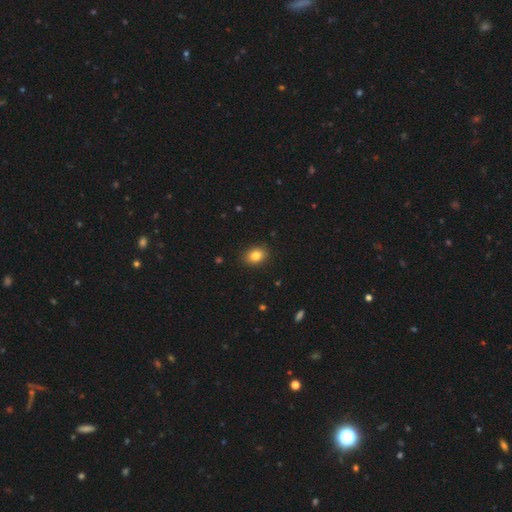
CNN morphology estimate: Q: Smooth or featured?
A: smooth (83%); runner-up: star or artifact (10%)
Q: How rounded?
A: in between (61%); runner-up: round (38%)
Q: Merging?
A: none (89%); runner-up: minor disturbance (8%)